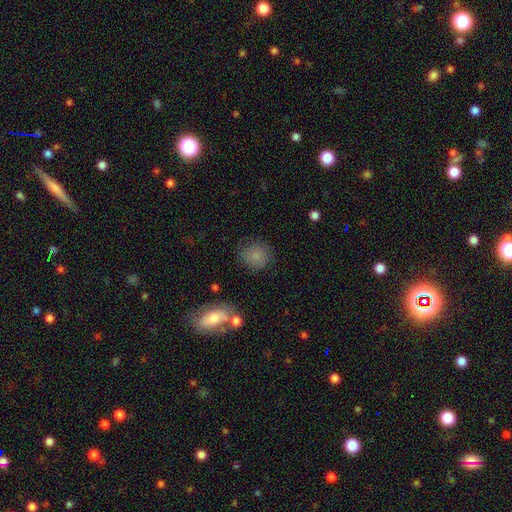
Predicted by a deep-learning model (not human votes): A smooth galaxy with no disk features (81%) that is round (83%).

Vote fractions:
- Smooth or featured? smooth: 81% / star or artifact: 10% / featured or disk: 9%
- How rounded? round: 83% / in between: 16% / cigar-shaped: 1%
- Merging? none: 76% / minor disturbance: 15% / major disturbance: 5% / merger: 4%